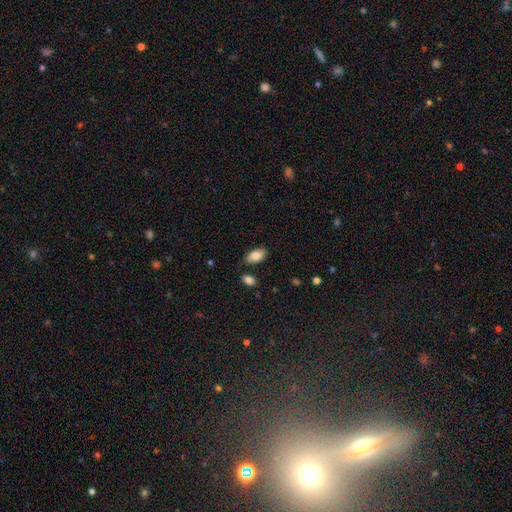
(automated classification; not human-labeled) Smooth or featured?
  - smooth: 82% *
  - featured or disk: 11%
  - star or artifact: 7%
How rounded?
  - in between: 93% *
  - cigar-shaped: 4%
  - round: 3%
Merging?
  - none: 79% *
  - minor disturbance: 14%
  - merger: 4%
  - major disturbance: 3%